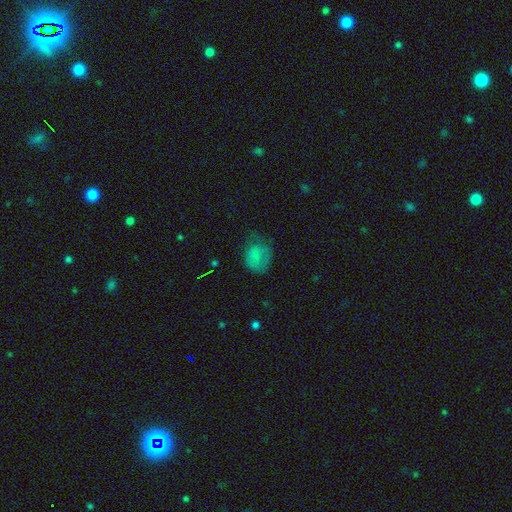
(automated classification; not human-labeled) Morphology: type=smooth (69%); roundness=round (54%); merging=none (41%).